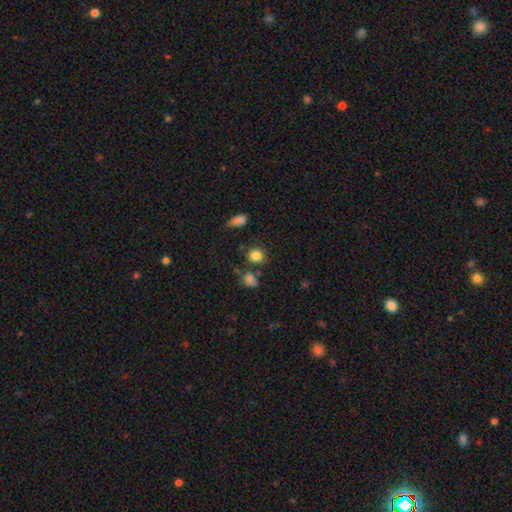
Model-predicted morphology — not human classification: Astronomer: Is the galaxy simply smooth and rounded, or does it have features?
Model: smooth — 83%.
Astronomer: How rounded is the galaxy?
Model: round — 81%.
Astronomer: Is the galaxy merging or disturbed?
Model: none — 75%.